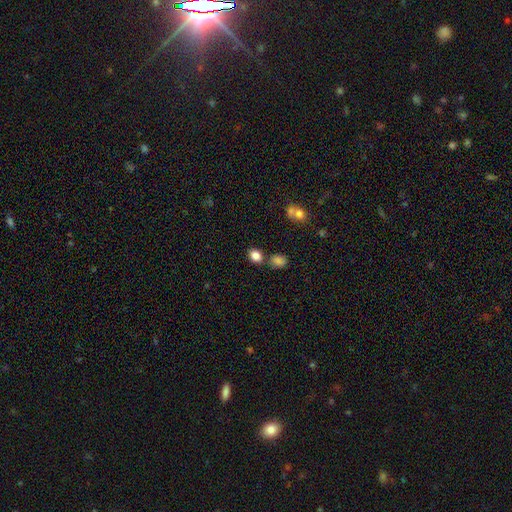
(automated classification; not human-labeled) smooth 84%, star or artifact 11%, featured or disk 5%. Down the decision tree: how rounded — in between (61%); merging — none (67%).